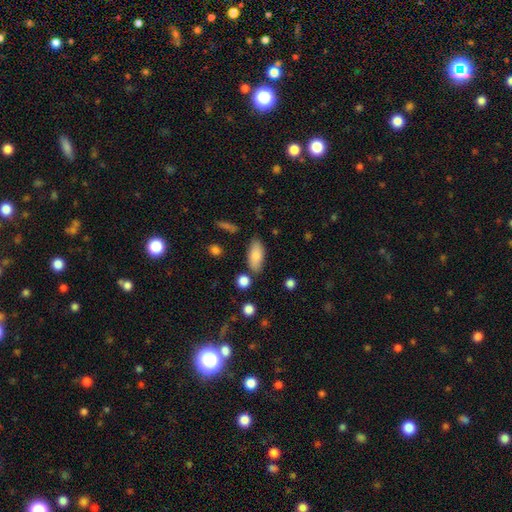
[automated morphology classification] Smooth or featured?
  - smooth: 82% *
  - featured or disk: 11%
  - star or artifact: 7%
How rounded?
  - in between: 87% *
  - cigar-shaped: 10%
  - round: 3%
Merging?
  - none: 77% *
  - minor disturbance: 14%
  - merger: 5%
  - major disturbance: 3%